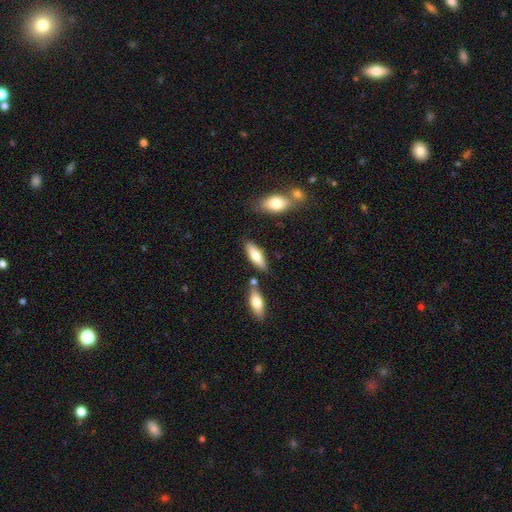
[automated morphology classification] type=smooth (69%); roundness=in between (55%); merging=none (75%).